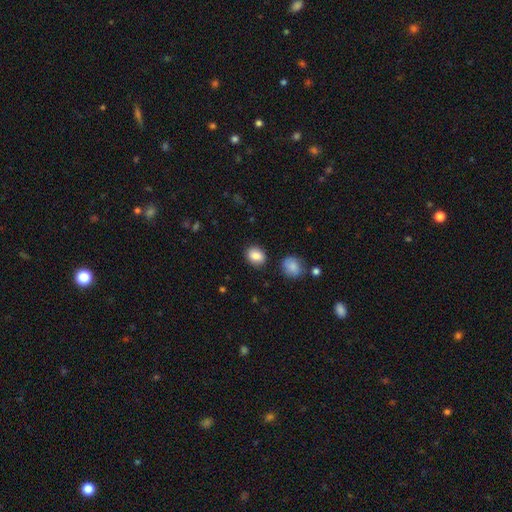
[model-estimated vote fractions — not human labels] Q: Smooth or featured?
A: smooth (86%); runner-up: star or artifact (8%)
Q: How rounded?
A: in between (51%); runner-up: round (48%)
Q: Merging?
A: none (86%); runner-up: minor disturbance (9%)